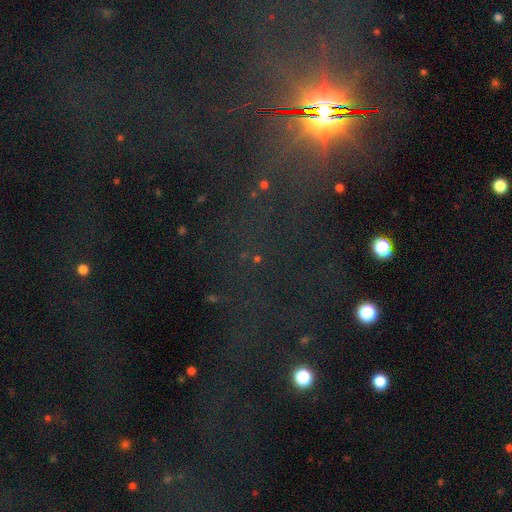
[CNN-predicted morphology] Q: Smooth or featured?
A: star or artifact (76%); runner-up: smooth (12%)